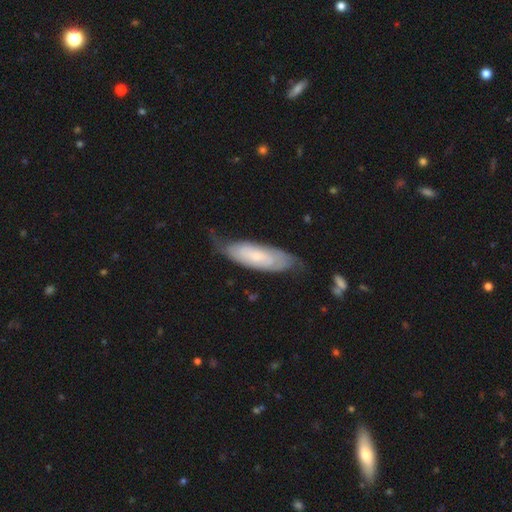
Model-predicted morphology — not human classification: A featured or disk galaxy (51%). Merging: none (56%).